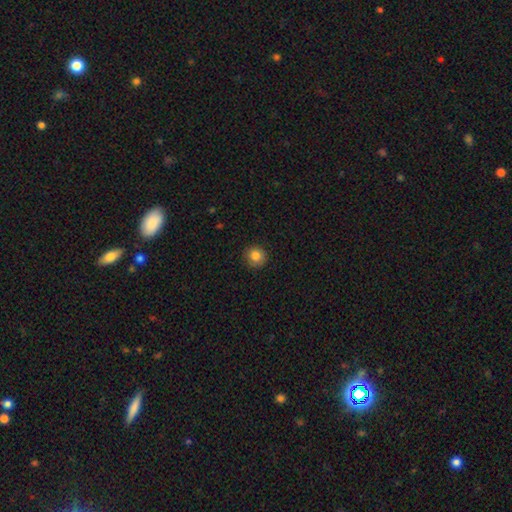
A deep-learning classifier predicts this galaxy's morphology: Smooth or featured?
  - smooth: 83% *
  - star or artifact: 11%
  - featured or disk: 6%
How rounded?
  - round: 94% *
  - in between: 5%
  - cigar-shaped: 1%
Merging?
  - none: 91% *
  - minor disturbance: 6%
  - major disturbance: 2%
  - merger: 1%